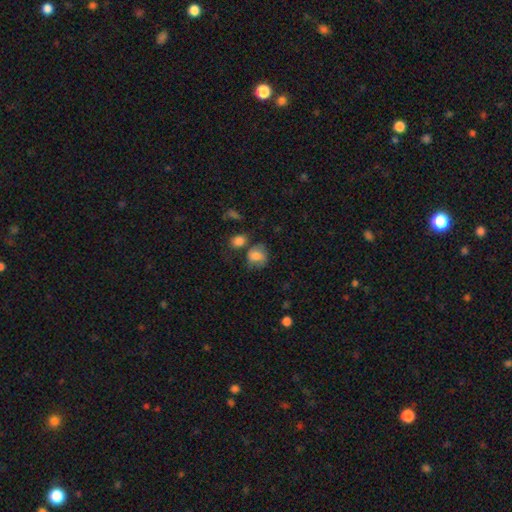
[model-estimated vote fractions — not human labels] This appears to be a smooth galaxy with no disk features (77%) that is round (57%). Merging: none (49%).